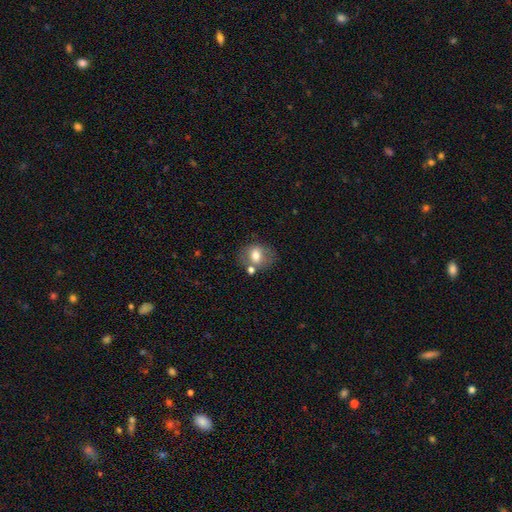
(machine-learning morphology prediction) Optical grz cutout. It shows a smooth galaxy with no disk features (67%) that is in between round and cigar-shaped (52%). Merging: none (61%).